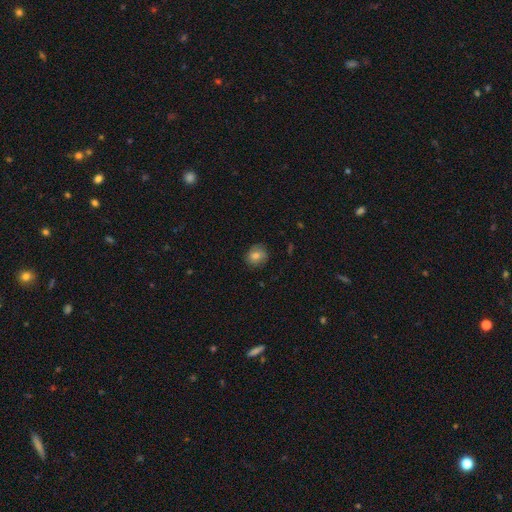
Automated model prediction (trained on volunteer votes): Overall: smooth (73%). How rounded: round (79%). Merging: none (81%).